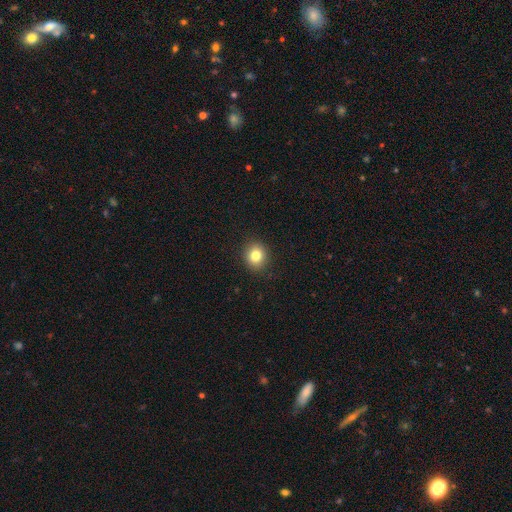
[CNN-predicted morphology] Smooth or featured: smooth — 81% (star or artifact — 11%)
How rounded: round — 78% (in between — 22%)
Merging: none — 90% (minor disturbance — 7%)